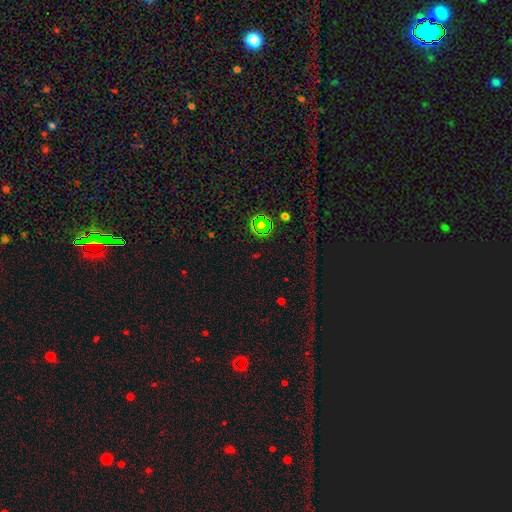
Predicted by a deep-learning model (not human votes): Smooth or featured: star or artifact — 71% (smooth — 20%)